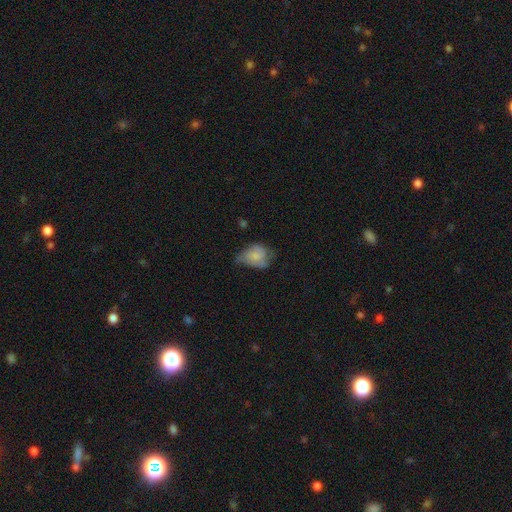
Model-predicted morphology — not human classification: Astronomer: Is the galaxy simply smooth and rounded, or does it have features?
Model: smooth — 60%.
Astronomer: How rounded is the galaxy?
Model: in between — 64%.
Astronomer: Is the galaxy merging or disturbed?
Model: minor disturbance — 40% (runner-up: none, 33%).